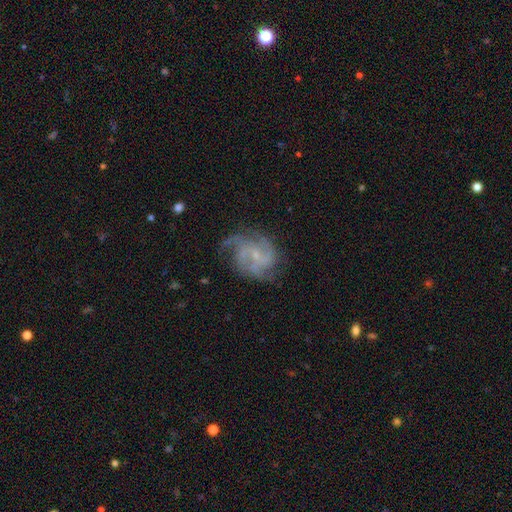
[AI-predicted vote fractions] Smooth or featured: featured or disk — 84% (smooth — 9%)
Edge-on disk: no — 98% (yes — 2%)
Bar: no — 63% (weak — 32%)
Spiral arms: yes — 96% (no — 4%)
Spiral winding: medium — 50% (tight — 33%)
Spiral arm count: 3 — 37% (4 — 24%)
Bulge size: small — 75% (moderate — 15%)
Merging: none — 66% (minor disturbance — 21%)